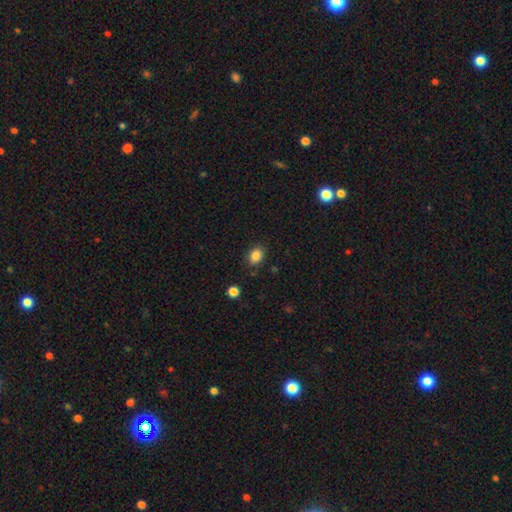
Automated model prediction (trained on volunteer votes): Smooth or featured?
  - smooth: 84% *
  - star or artifact: 10%
  - featured or disk: 5%
How rounded?
  - in between: 60% *
  - round: 39%
  - cigar-shaped: 1%
Merging?
  - none: 84% *
  - minor disturbance: 11%
  - major disturbance: 3%
  - merger: 2%